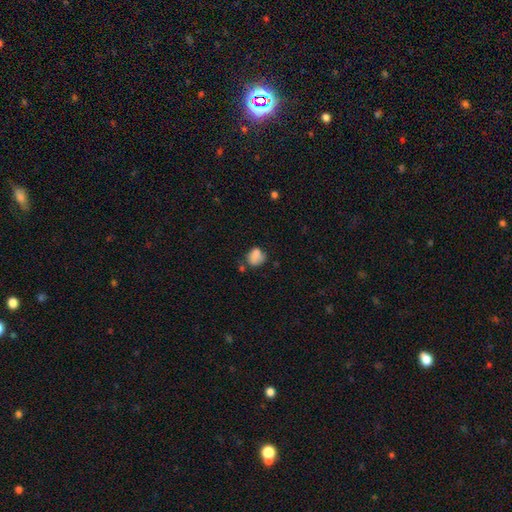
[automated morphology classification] Smooth or featured? smooth (78%)
How rounded? round (58%)
Merging? none (48%)